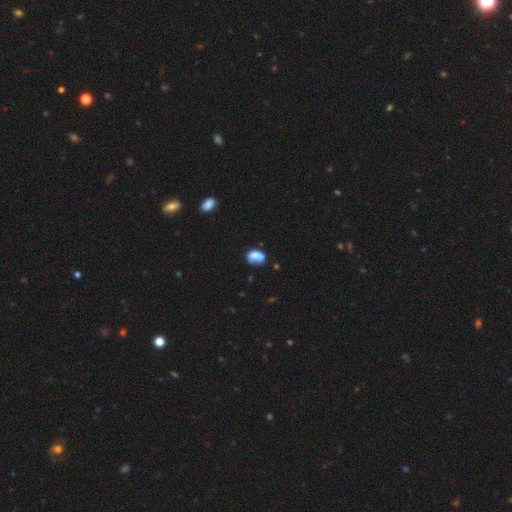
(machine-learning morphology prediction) This is likely a smooth galaxy (71%). How rounded: likely in between (66%). Merging: marginally none (44%).